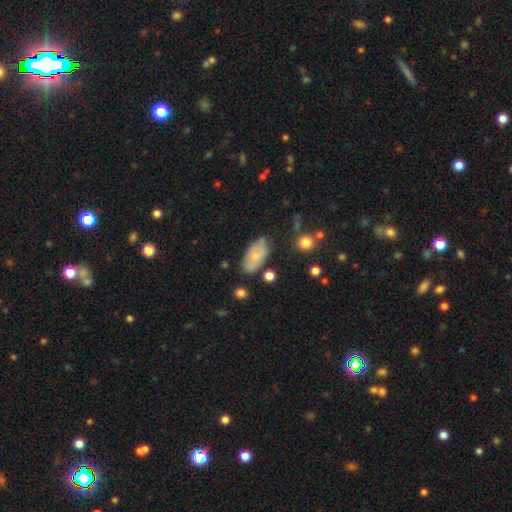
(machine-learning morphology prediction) Smooth or featured? smooth (66%)
How rounded? in between (92%)
Merging? none (68%)